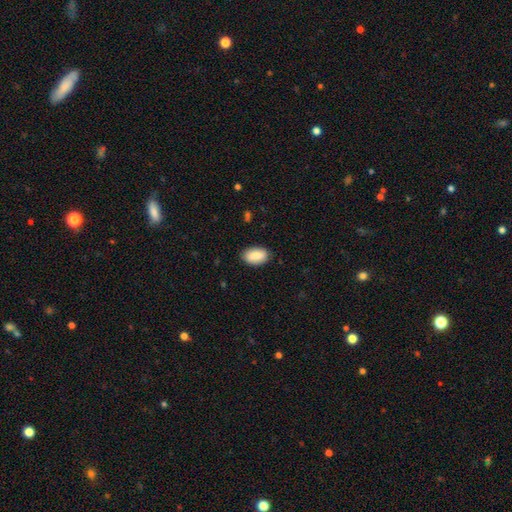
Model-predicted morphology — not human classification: Smooth or featured: smooth — 85% (featured or disk — 9%)
How rounded: in between — 92% (round — 6%)
Merging: none — 86% (minor disturbance — 11%)